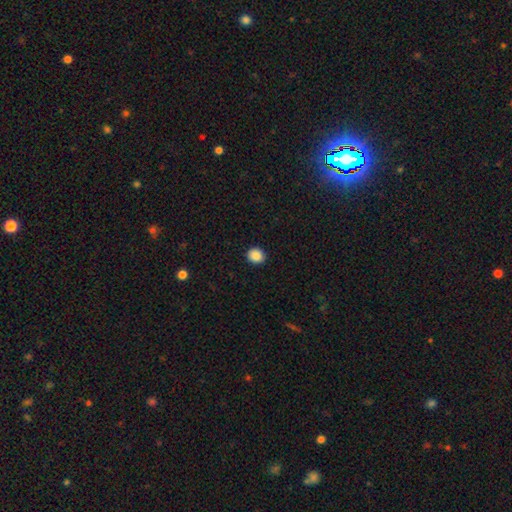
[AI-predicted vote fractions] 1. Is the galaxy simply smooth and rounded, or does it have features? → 88% smooth, 9% star or artifact, 3% featured or disk.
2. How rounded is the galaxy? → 75% round, 24% in between, 1% cigar-shaped.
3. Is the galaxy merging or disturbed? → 91% none, 6% minor disturbance, 2% major disturbance, 1% merger.